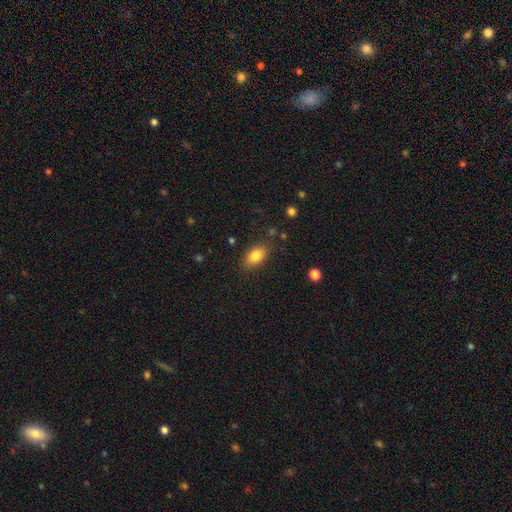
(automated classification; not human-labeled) Smooth or featured? Predicted: smooth (p=0.84). How rounded? Predicted: in between (p=0.88). Merging? Predicted: none (p=0.82).